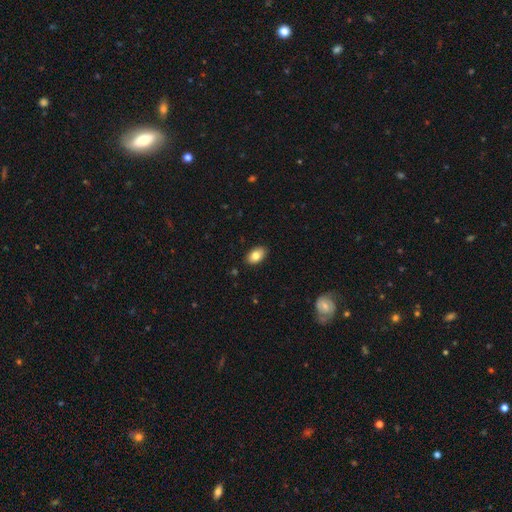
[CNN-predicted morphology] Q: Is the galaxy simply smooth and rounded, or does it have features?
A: smooth — 81%.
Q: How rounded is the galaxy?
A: in between — 92%.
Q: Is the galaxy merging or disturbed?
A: none — 89%.